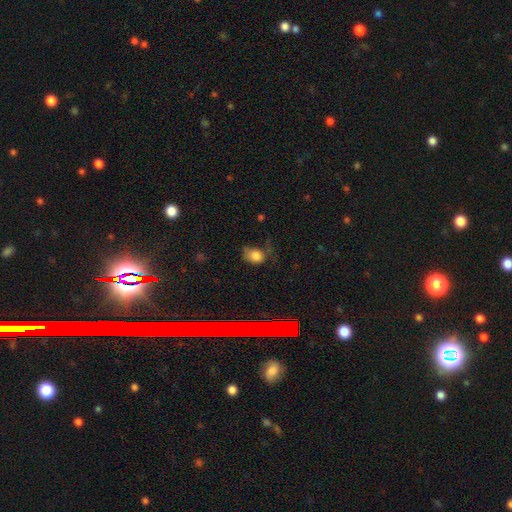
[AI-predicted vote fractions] Q: Smooth or featured?
A: smooth (76%); runner-up: star or artifact (13%)
Q: How rounded?
A: in between (51%); runner-up: round (47%)
Q: Merging?
A: none (43%); runner-up: minor disturbance (32%)